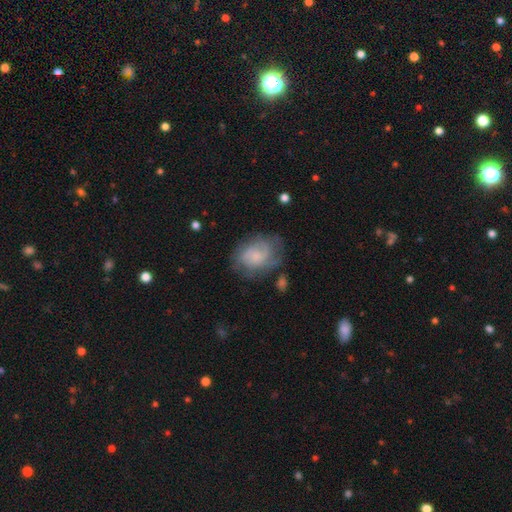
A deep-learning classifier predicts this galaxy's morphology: Smooth or featured: featured or disk — 55% (smooth — 37%)
Edge-on disk: no — 98% (yes — 2%)
Bar: no — 71% (weak — 25%)
Spiral arms: yes — 81% (no — 19%)
Bulge size: small — 45% (none — 26%)
Merging: none — 60% (minor disturbance — 24%)